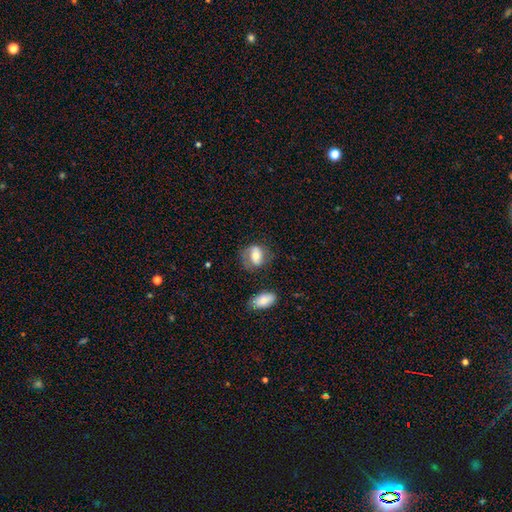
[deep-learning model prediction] A smooth galaxy with no disk features (55%) that is in between round and cigar-shaped (65%). Merging: none (61%).